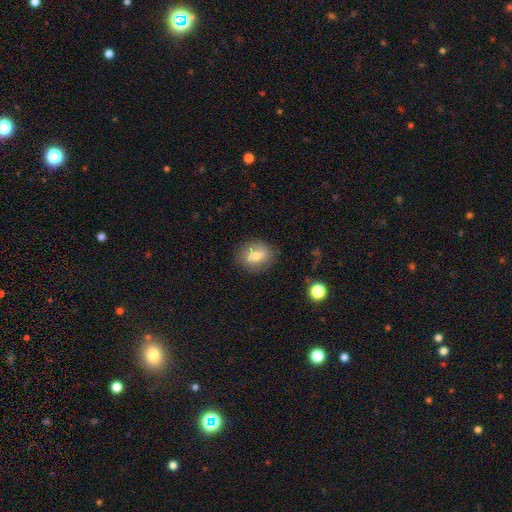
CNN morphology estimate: Q: Smooth or featured?
A: smooth (67%); runner-up: featured or disk (24%)
Q: How rounded?
A: in between (50%); runner-up: round (48%)
Q: Merging?
A: none (83%); runner-up: minor disturbance (12%)